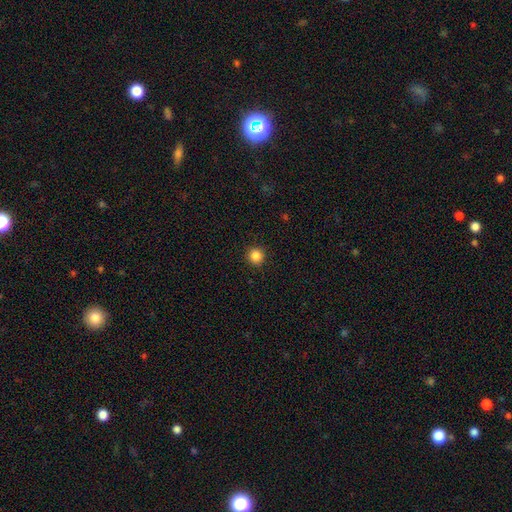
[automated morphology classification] smooth-or-featured: smooth: 86% | star or artifact: 11% | featured or disk: 3%
  how-rounded: round: 95% | in between: 4% | cigar-shaped: 1%
  merging: none: 93% | minor disturbance: 5% | major disturbance: 2% | merger: 1%